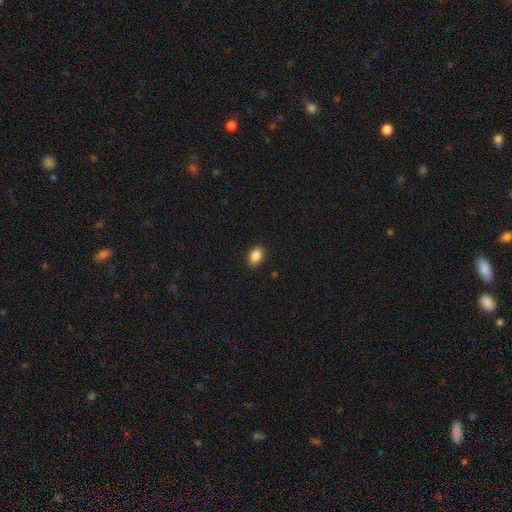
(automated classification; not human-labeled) This is clearly a smooth galaxy (87%). How rounded: clearly in between (84%). Merging: clearly none (89%).